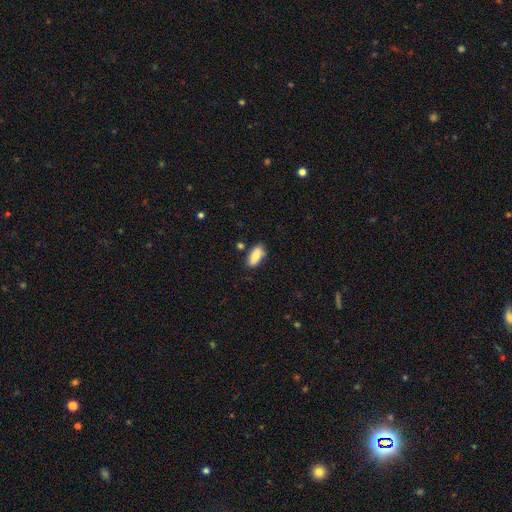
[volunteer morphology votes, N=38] Smooth or featured?
  - smooth: 92% *
  - featured or disk: 5%
  - star or artifact: 3%
How rounded?
  - in between: 89% *
  - cigar-shaped: 9%
  - round: 3%
Merging?
  - none: 65% *
  - minor disturbance: 27%
  - merger: 5%
  - major disturbance: 3%